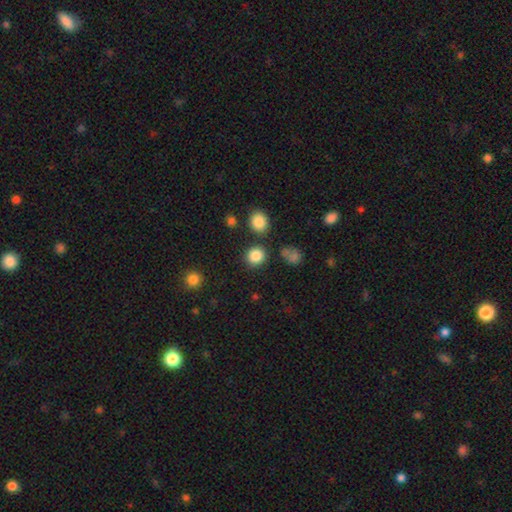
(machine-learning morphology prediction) The model was most divided on "smooth or featured": smooth: 85%, star or artifact: 11%, featured or disk: 4%. More confident: how rounded — round (88%); merging — none (84%).